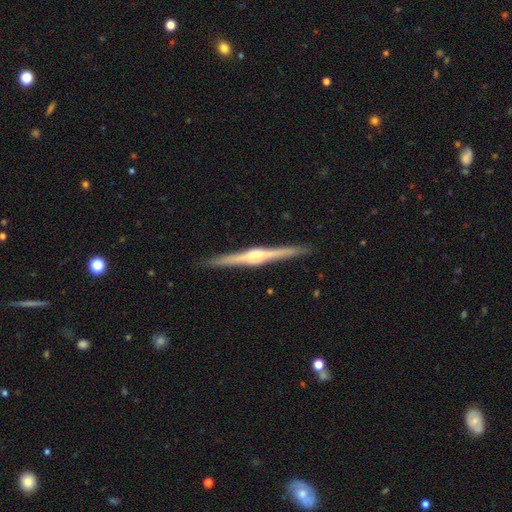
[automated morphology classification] A featured or disk galaxy (83%) viewed edge-on (99%) with a rounded central bulge (77%).

Vote fractions:
- Smooth or featured? featured or disk: 83% / smooth: 12% / star or artifact: 5%
- Edge-on disk? yes: 99% / no: 1%
- Edge-on bulge? rounded: 77% / boxy: 17% / none: 6%
- Merging? none: 92% / minor disturbance: 6% / major disturbance: 1% / merger: 1%